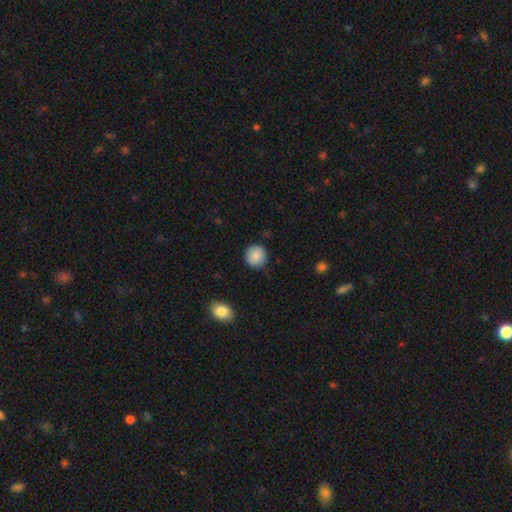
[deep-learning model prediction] A smooth galaxy with no disk features (87%) that is round (92%). Merging: none (88%).